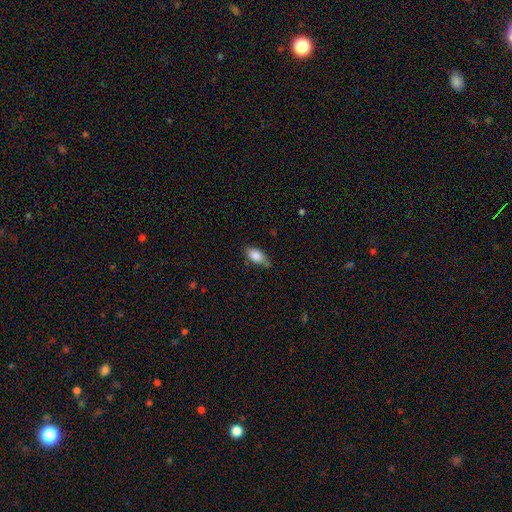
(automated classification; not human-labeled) Overall: smooth (84%). How rounded: in between (90%). Merging: none (63%; minor disturbance 29%).